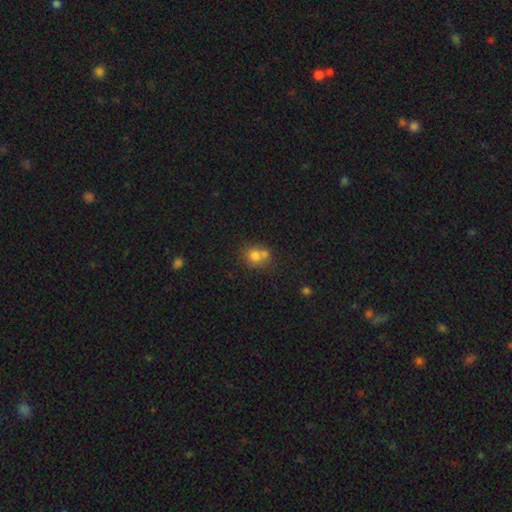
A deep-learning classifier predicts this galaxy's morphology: Smooth or featured? Predicted: smooth (p=0.75). How rounded? Predicted: round (p=0.78). Merging? Predicted: none (p=0.44).